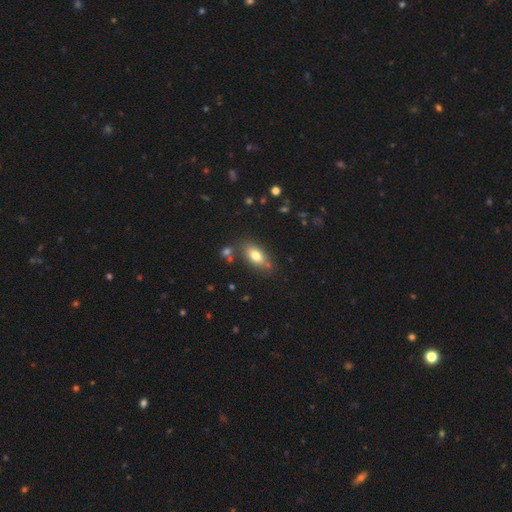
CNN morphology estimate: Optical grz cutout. It shows a smooth galaxy with no disk features (76%) that is in between round and cigar-shaped (86%). Merging: none (74%).